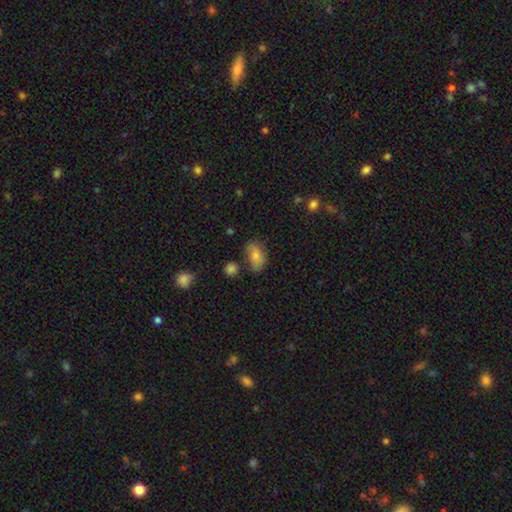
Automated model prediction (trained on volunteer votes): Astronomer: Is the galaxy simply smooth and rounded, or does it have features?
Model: smooth — 73%.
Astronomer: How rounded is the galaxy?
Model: in between — 86%.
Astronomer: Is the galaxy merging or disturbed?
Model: none — 59%.